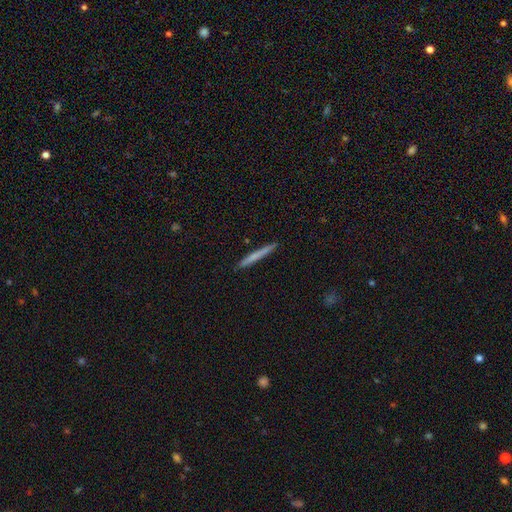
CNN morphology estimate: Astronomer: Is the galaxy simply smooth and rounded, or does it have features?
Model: smooth — 66%.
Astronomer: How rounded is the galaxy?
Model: cigar-shaped — 97%.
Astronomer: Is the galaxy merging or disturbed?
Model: none — 92%.